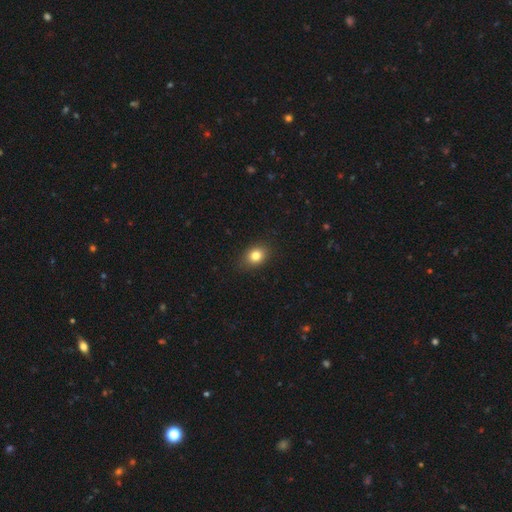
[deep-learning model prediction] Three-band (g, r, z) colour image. It shows a smooth galaxy with no disk features (82%) that is in between round and cigar-shaped (51%). Merging: none (88%).